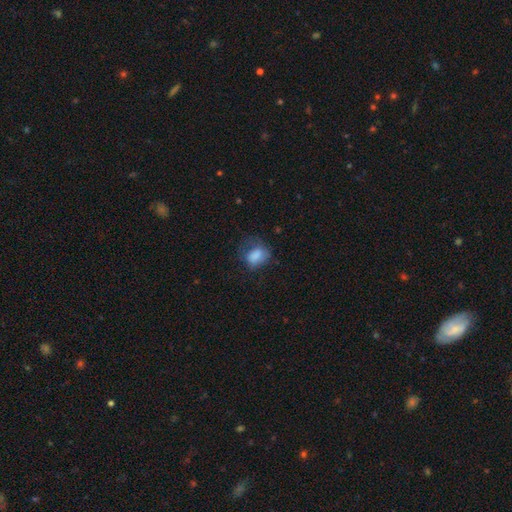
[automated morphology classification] Q: Smooth or featured?
A: smooth (77%); runner-up: featured or disk (14%)
Q: How rounded?
A: in between (64%); runner-up: round (35%)
Q: Merging?
A: none (42%); runner-up: minor disturbance (28%)